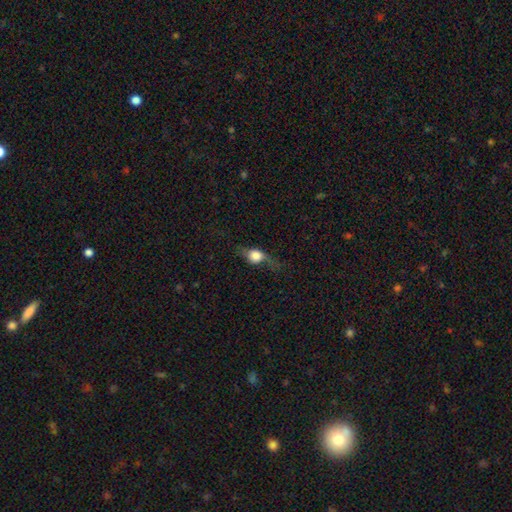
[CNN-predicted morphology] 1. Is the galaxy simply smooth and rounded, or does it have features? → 53% smooth, 36% featured or disk, 11% star or artifact.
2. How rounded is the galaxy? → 53% round, 38% in between, 9% cigar-shaped.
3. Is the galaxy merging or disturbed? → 55% none, 24% minor disturbance, 18% major disturbance, 2% merger.